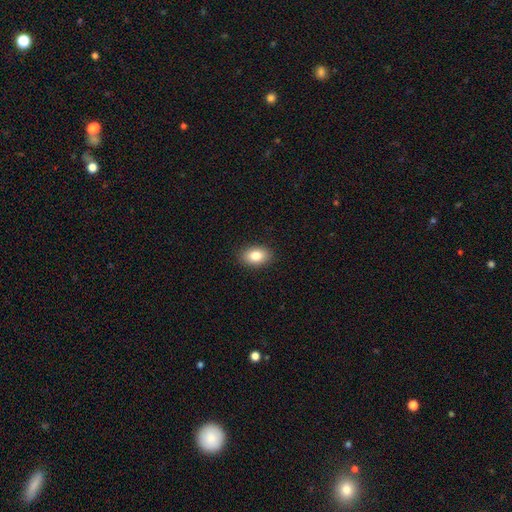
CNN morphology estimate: Overall: smooth (83%). How rounded: in between (85%). Merging: none (90%).